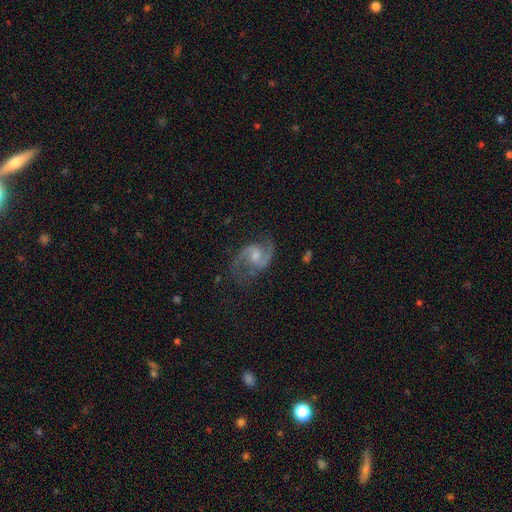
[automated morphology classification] Q: Smooth or featured?
A: featured or disk (89%); runner-up: star or artifact (5%)
Q: Edge-on disk?
A: no (98%); runner-up: yes (2%)
Q: Bar?
A: weak (50%); runner-up: no (40%)
Q: Spiral arms?
A: yes (97%); runner-up: no (3%)
Q: Spiral winding?
A: medium (56%); runner-up: loose (33%)
Q: Spiral arm count?
A: 2 (93%); runner-up: can't tell (2%)
Q: Bulge size?
A: moderate (50%); runner-up: small (33%)
Q: Merging?
A: none (72%); runner-up: minor disturbance (17%)